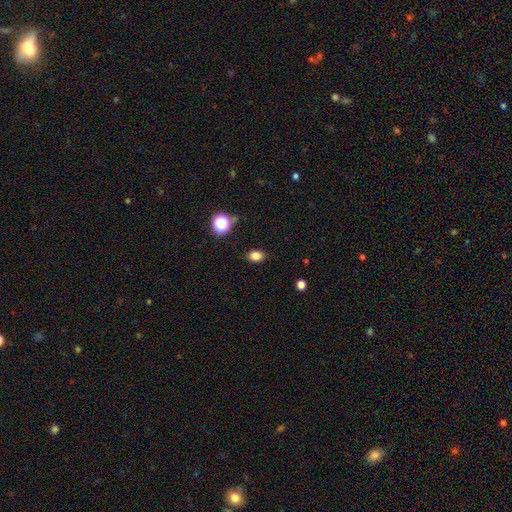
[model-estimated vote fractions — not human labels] A smooth galaxy with no disk features (82%) that is in between round and cigar-shaped (74%).

Vote fractions:
- Smooth or featured? smooth: 82% / star or artifact: 13% / featured or disk: 6%
- How rounded? in between: 74% / round: 24% / cigar-shaped: 1%
- Merging? none: 85% / minor disturbance: 11% / major disturbance: 3% / merger: 1%